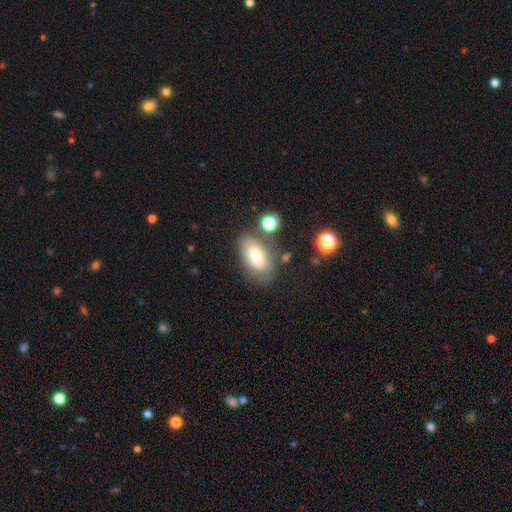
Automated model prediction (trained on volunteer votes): Q: Smooth or featured?
A: smooth (70%); runner-up: featured or disk (21%)
Q: How rounded?
A: in between (92%); runner-up: round (6%)
Q: Merging?
A: none (68%); runner-up: minor disturbance (18%)